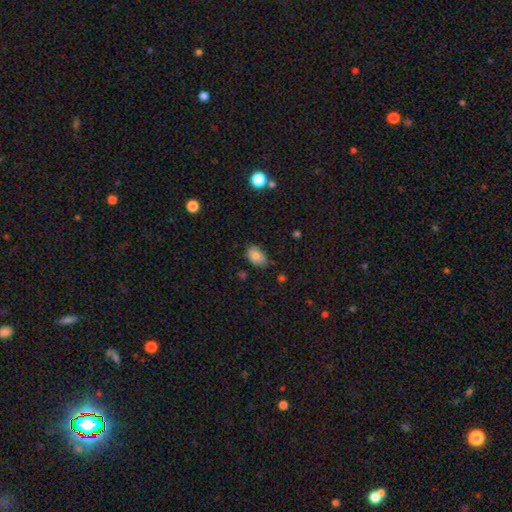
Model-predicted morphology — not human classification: Overall: smooth (79%). How rounded: in between (85%). Merging: none (69%).